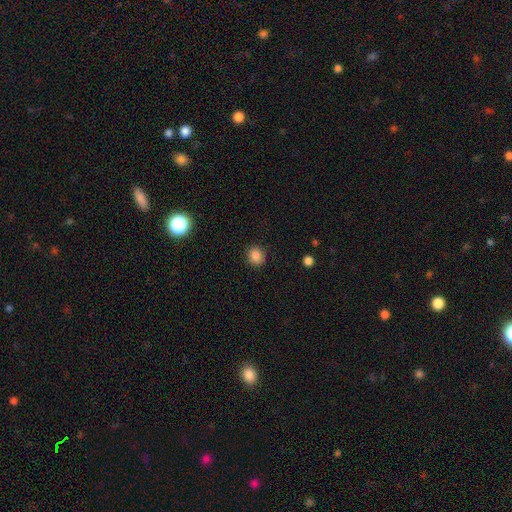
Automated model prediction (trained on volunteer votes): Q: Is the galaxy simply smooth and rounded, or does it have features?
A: smooth — 85%.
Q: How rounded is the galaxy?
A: round — 83%.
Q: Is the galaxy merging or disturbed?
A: none — 88%.